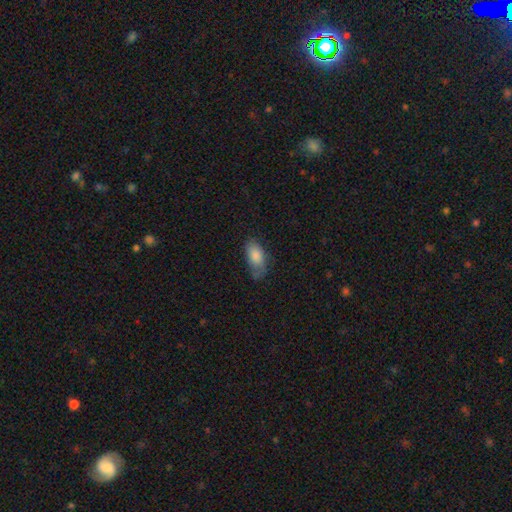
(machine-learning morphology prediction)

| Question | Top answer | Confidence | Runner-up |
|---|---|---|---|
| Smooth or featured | smooth | 81% | featured or disk (12%) |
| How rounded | in between | 90% | cigar-shaped (6%) |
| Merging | none | 53% | minor disturbance (33%) |